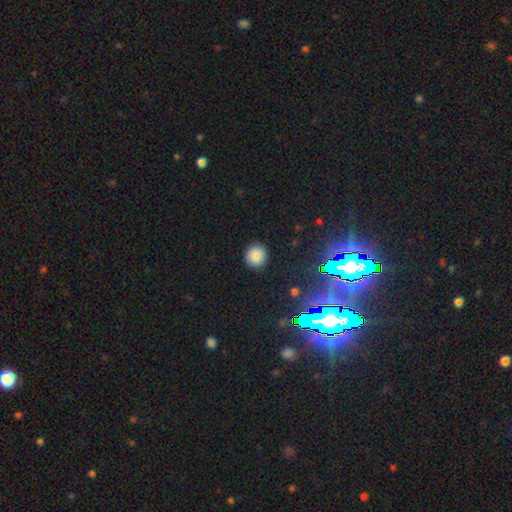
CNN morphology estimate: smooth_or_featured: smooth (p=0.84) [alt: star or artifact p=0.11]
how_rounded: round (p=0.87) [alt: in between p=0.12]
merging: none (p=0.89) [alt: minor disturbance p=0.08]